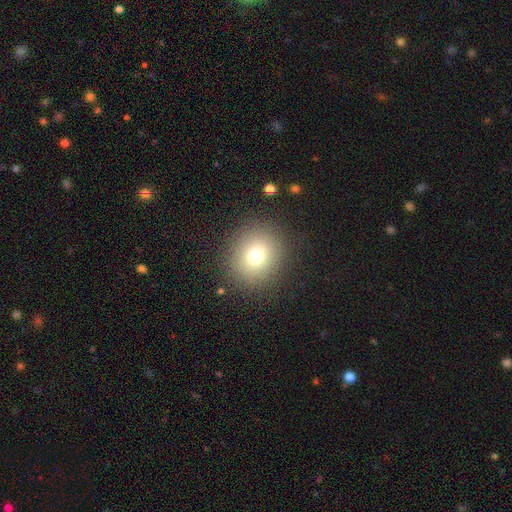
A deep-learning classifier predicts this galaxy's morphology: Smooth or featured? smooth (74%)
How rounded? round (82%)
Merging? none (88%)